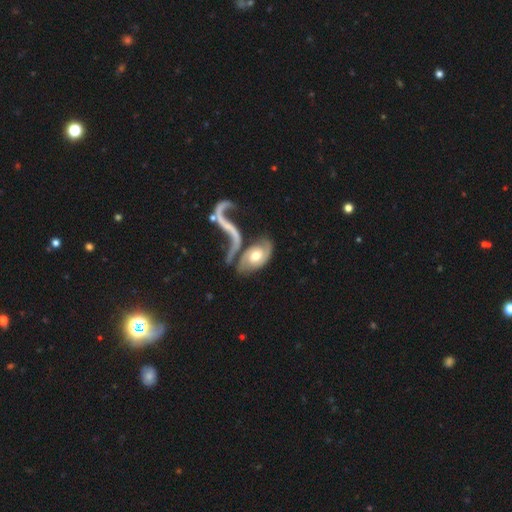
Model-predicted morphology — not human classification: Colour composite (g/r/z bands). It shows a featured or disk galaxy (72%) with no bar (64%), 2 (73%) loose (58%) spiral arms (82%) and a moderate central bulge (67%). Merging: merger (44%).